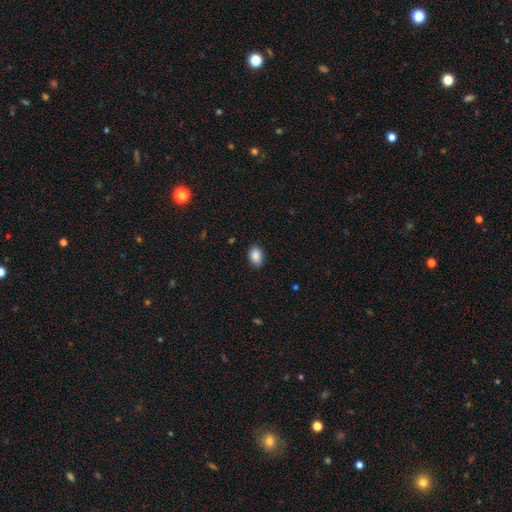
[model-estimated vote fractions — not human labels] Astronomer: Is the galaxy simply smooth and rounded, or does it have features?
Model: smooth — 88%.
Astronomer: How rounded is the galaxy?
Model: in between — 81%.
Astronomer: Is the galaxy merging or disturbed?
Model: none — 84%.